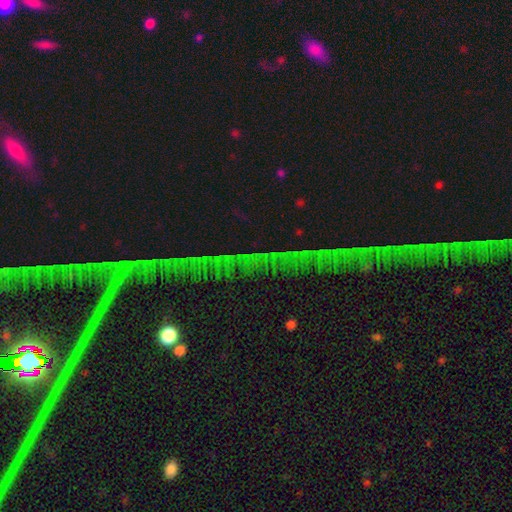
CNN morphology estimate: Smooth or featured: star or artifact — 79% (featured or disk — 12%)